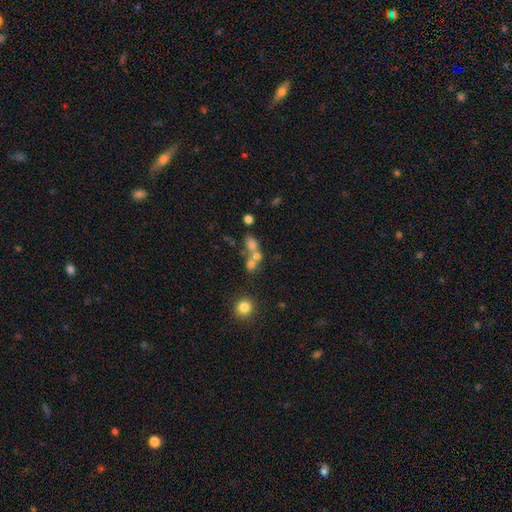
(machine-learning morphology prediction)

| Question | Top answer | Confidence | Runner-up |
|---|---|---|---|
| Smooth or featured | smooth | 63% | featured or disk (21%) |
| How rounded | round | 56% | in between (41%) |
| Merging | merger | 59% | none (28%) |